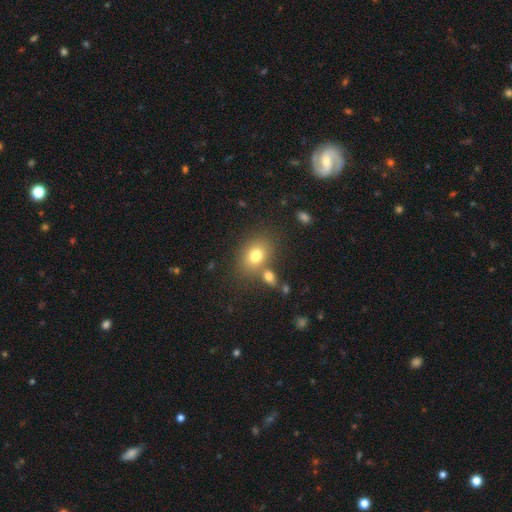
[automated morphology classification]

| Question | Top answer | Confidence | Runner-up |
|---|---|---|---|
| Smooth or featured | smooth | 75% | featured or disk (13%) |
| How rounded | in between | 61% | round (38%) |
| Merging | none | 65% | merger (19%) |